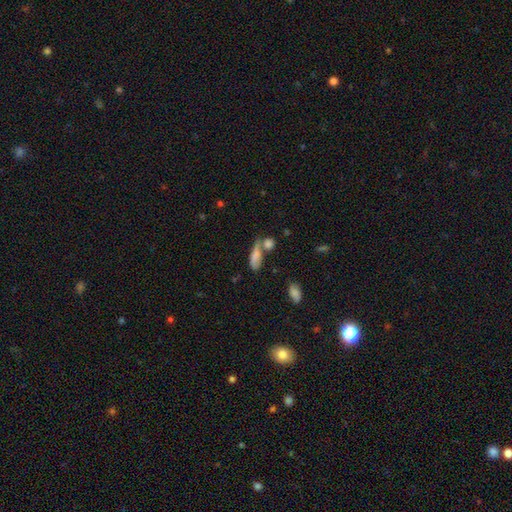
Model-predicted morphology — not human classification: type=smooth (75%); roundness=in between (62%); merging=merger (41%).